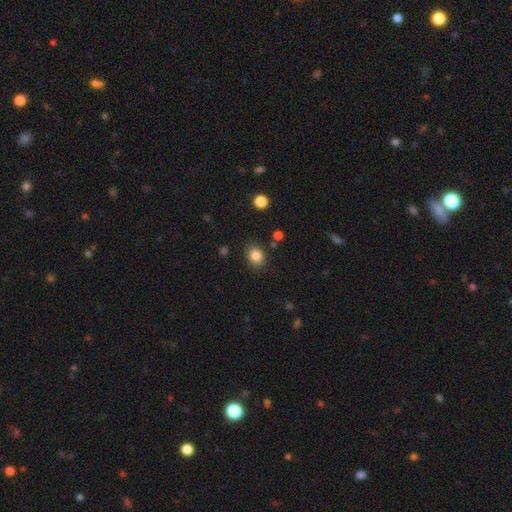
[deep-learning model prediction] The model was most divided on "how rounded": round: 58%, in between: 41%, cigar-shaped: 1%. More confident: smooth or featured — smooth (84%); merging — none (84%).